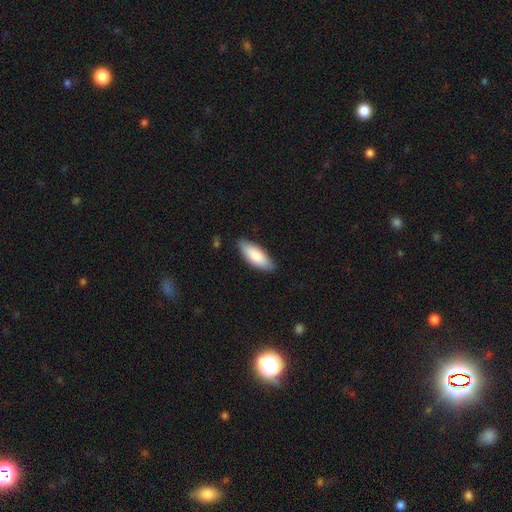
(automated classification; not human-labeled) Smooth or featured?
  - smooth: 85% *
  - featured or disk: 10%
  - star or artifact: 5%
How rounded?
  - in between: 77% *
  - cigar-shaped: 22%
  - round: 2%
Merging?
  - none: 84% *
  - minor disturbance: 13%
  - major disturbance: 2%
  - merger: 1%